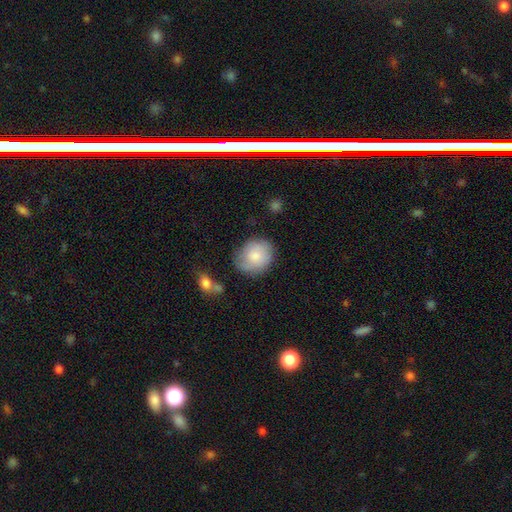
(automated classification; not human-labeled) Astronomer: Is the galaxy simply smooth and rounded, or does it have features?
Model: smooth — 79%.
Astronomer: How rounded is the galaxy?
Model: round — 73%.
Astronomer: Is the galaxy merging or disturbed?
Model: none — 69%.